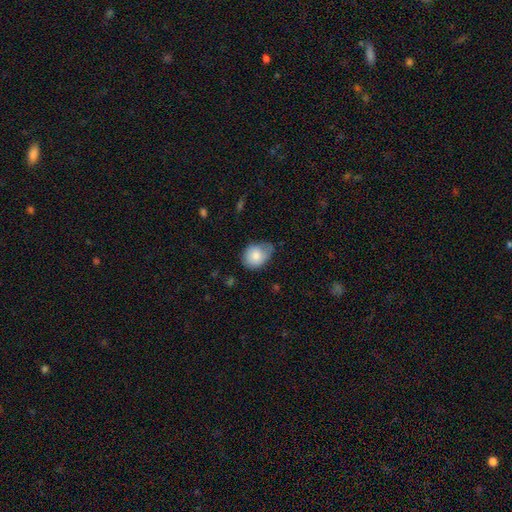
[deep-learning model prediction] smooth-or-featured: smooth: 80% | featured or disk: 12% | star or artifact: 8%
  how-rounded: in between: 55% | round: 44% | cigar-shaped: 1%
  merging: none: 44% | minor disturbance: 43% | major disturbance: 11% | merger: 2%